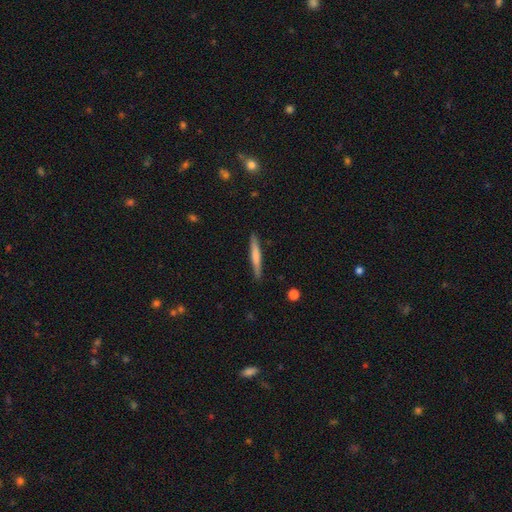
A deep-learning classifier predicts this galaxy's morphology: Smooth or featured? smooth (64%)
How rounded? cigar-shaped (95%)
Merging? none (88%)